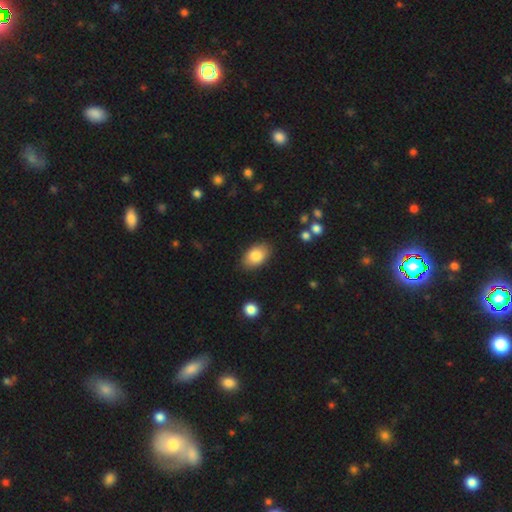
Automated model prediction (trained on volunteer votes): smooth_or_featured: smooth (p=0.84) [alt: featured or disk p=0.09]
how_rounded: in between (p=0.90) [alt: round p=0.08]
merging: none (p=0.85) [alt: minor disturbance p=0.11]